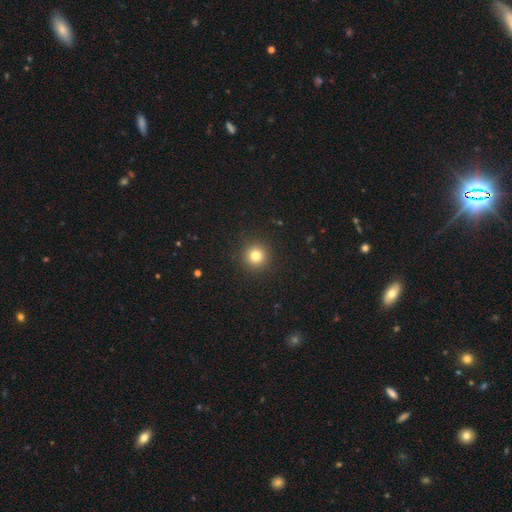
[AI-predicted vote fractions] smooth 80%, star or artifact 14%, featured or disk 6%. Down the decision tree: how rounded — round (95%); merging — none (92%).